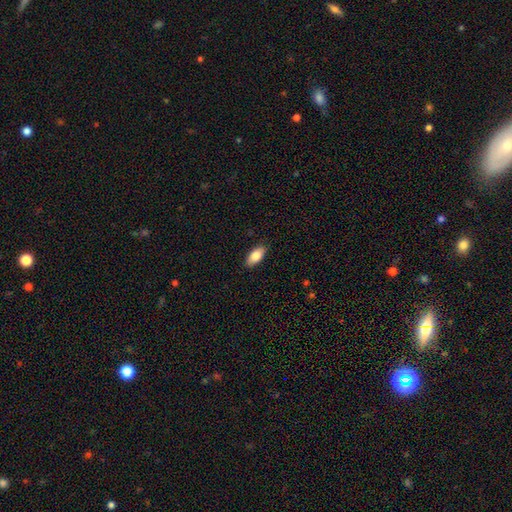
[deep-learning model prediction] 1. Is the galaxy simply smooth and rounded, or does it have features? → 83% smooth, 10% featured or disk, 6% star or artifact.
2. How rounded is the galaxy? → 90% in between, 8% cigar-shaped, 2% round.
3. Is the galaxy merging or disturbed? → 88% none, 9% minor disturbance, 2% major disturbance, 1% merger.